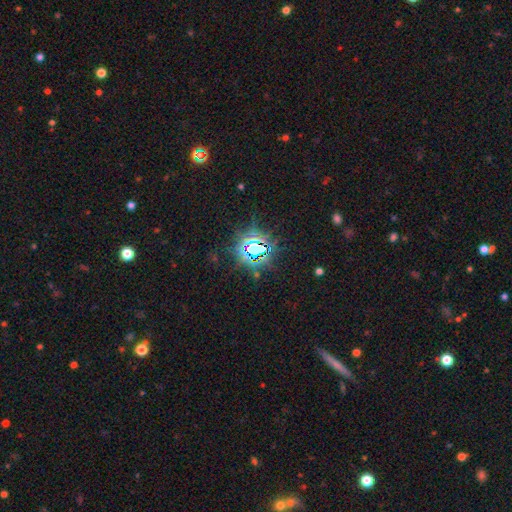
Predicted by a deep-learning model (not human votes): A star or artifact, not a galaxy (80%).

Vote fractions:
- Smooth or featured? star or artifact: 80% / smooth: 12% / featured or disk: 8%